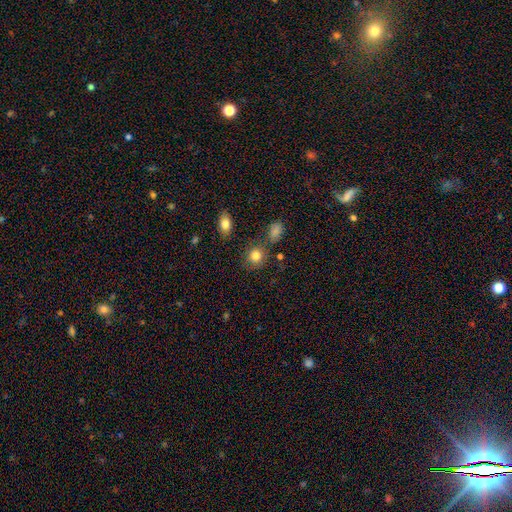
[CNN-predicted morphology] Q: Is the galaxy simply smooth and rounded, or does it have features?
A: smooth — 83%.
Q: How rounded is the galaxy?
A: round — 79%.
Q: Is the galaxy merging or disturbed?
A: none — 75%.